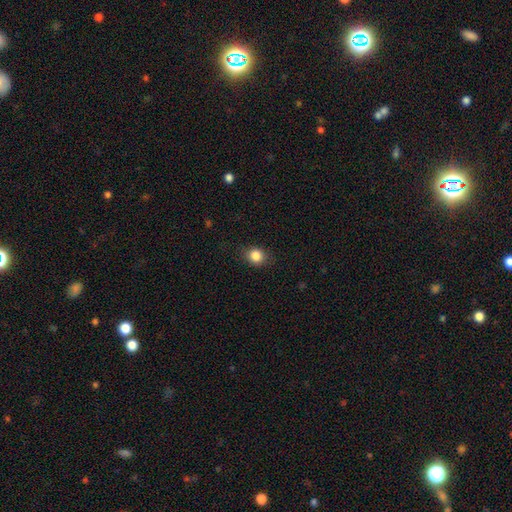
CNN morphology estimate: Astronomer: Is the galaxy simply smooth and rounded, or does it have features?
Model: smooth — 85%.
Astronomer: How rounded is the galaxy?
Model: round — 70%.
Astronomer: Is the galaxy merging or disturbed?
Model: none — 84%.